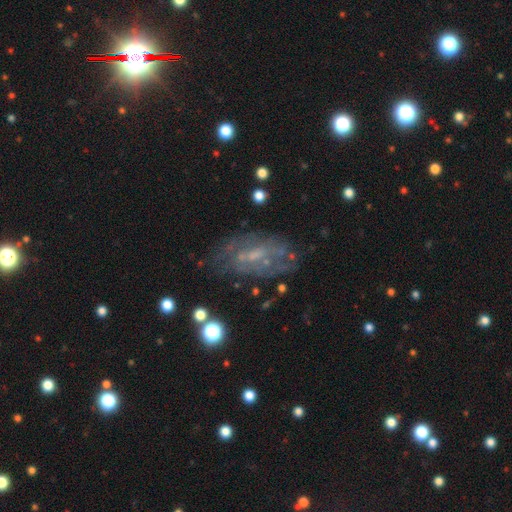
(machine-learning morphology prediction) smooth-or-featured: featured or disk: 65% | smooth: 24% | star or artifact: 11%
  disk-edge-on: no: 91% | yes: 9%
    bar: no: 45% | weak: 44% | strong: 11%
    has-spiral-arms: yes: 56% | no: 44%
    bulge-size: small: 51% | moderate: 26% | none: 20% | large: 2% | dominant: 1%
  merging: none: 62% | minor disturbance: 22% | major disturbance: 12% | merger: 3%